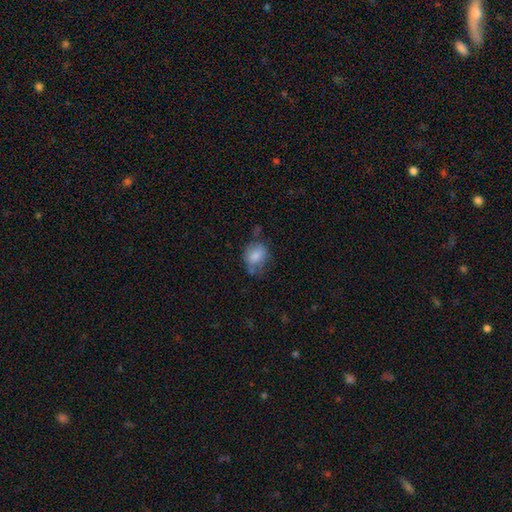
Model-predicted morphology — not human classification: smooth-or-featured: smooth: 76% | featured or disk: 16% | star or artifact: 8%
  how-rounded: in between: 52% | round: 47% | cigar-shaped: 1%
  merging: none: 47% | minor disturbance: 32% | major disturbance: 14% | merger: 7%